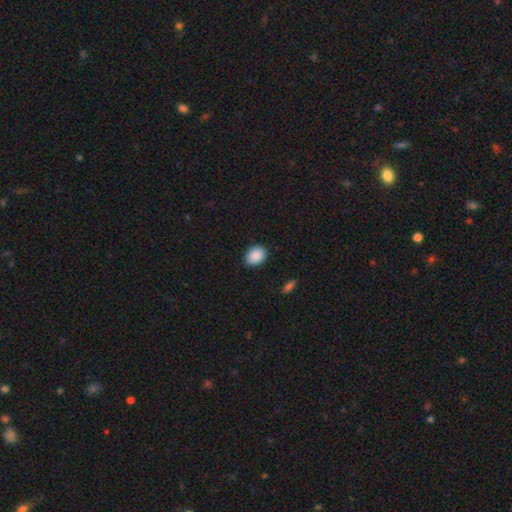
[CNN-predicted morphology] The model was most divided on "how rounded": in between: 62%, round: 37%, cigar-shaped: 1%. More confident: smooth or featured — smooth (90%); merging — none (89%).